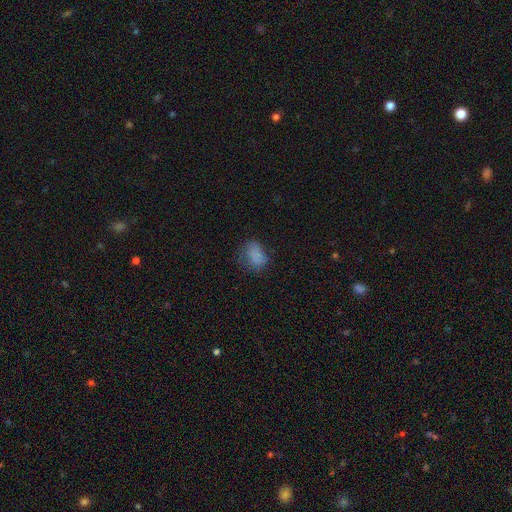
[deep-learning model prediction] A smooth galaxy with no disk features (76%) that is in between round and cigar-shaped (67%). Merging: none (50%).